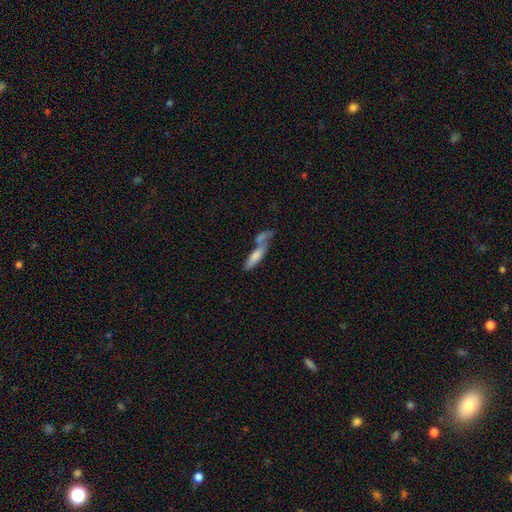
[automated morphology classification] smooth 67%, featured or disk 26%, star or artifact 7%. Down the decision tree: how rounded — cigar-shaped (66%); merging — merger (49%).